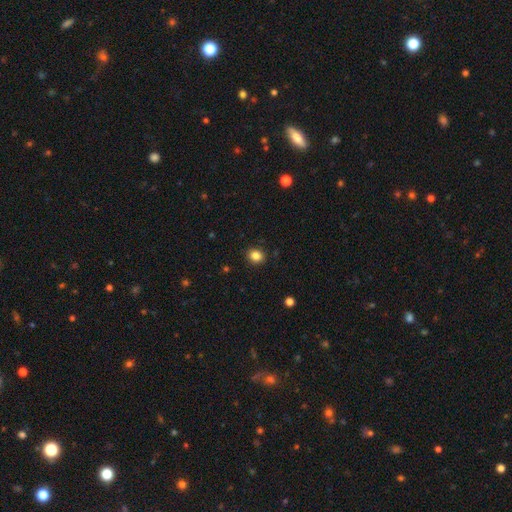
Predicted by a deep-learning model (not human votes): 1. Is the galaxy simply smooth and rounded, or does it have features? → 85% smooth, 11% star or artifact, 4% featured or disk.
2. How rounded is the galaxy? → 69% round, 30% in between, 1% cigar-shaped.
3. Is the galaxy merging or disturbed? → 90% none, 7% minor disturbance, 2% major disturbance, 1% merger.